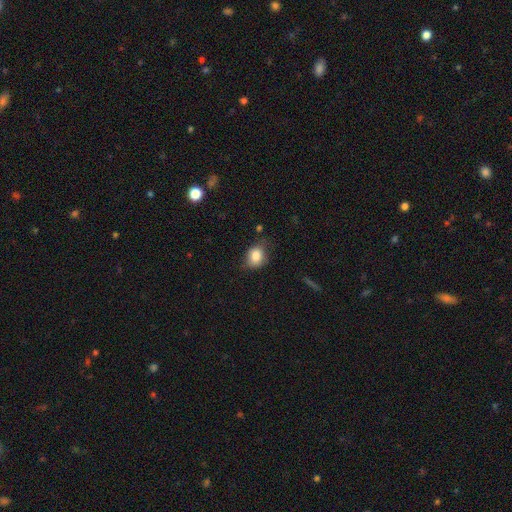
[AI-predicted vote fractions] Overall: smooth (83%). How rounded: round (53%; in between 46%). Merging: none (62%; minor disturbance 29%).